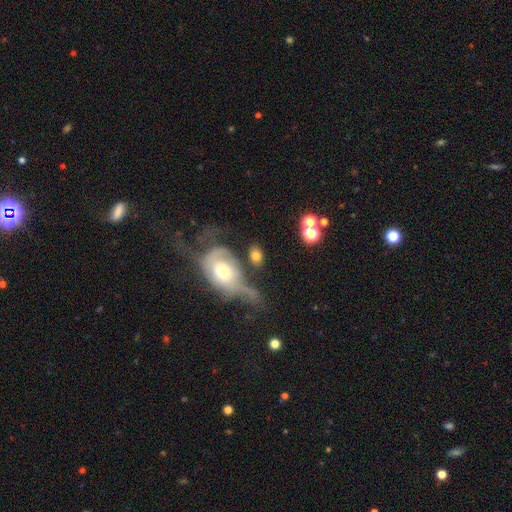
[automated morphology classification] The model was most divided on "merging": none: 46%, merger: 23%, minor disturbance: 16%, major disturbance: 15%. More confident: how rounded — in between (74%); smooth or featured — smooth (68%).